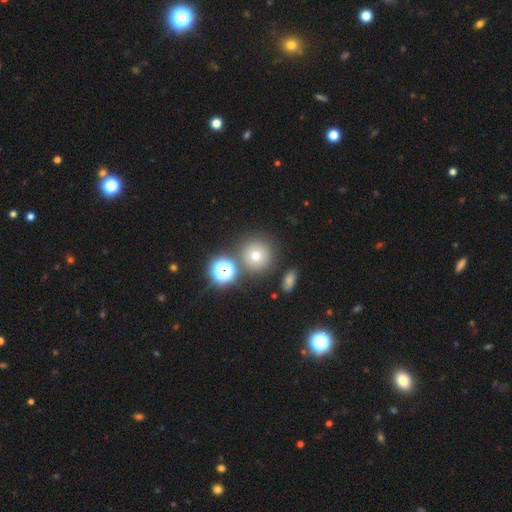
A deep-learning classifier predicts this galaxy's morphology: smooth-or-featured: smooth: 69% | star or artifact: 19% | featured or disk: 13%
  how-rounded: round: 94% | in between: 5% | cigar-shaped: 1%
  merging: none: 79% | merger: 9% | minor disturbance: 8% | major disturbance: 3%